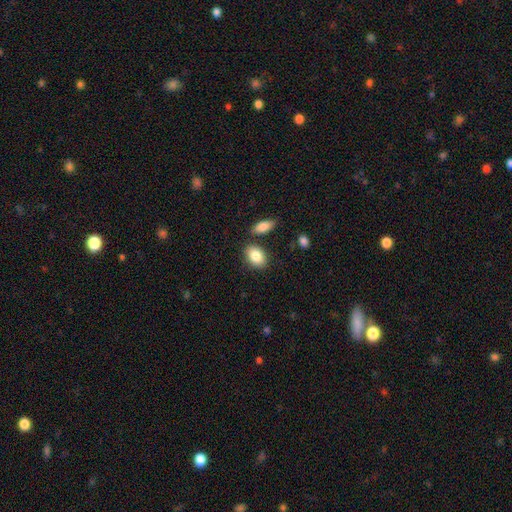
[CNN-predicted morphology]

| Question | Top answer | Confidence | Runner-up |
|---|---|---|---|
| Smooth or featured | smooth | 85% | featured or disk (8%) |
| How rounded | in between | 85% | round (13%) |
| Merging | none | 77% | minor disturbance (11%) |